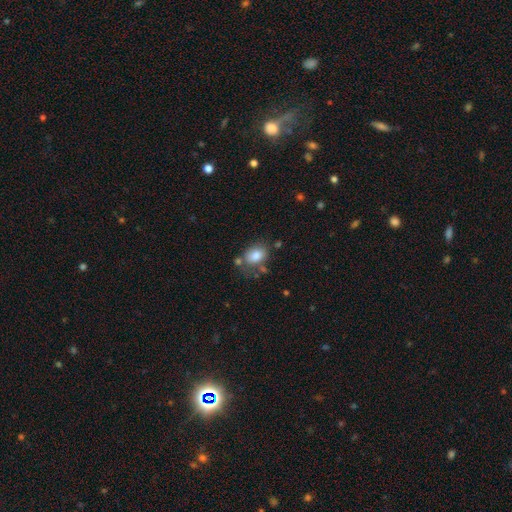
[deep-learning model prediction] Morphology: type=smooth (81%); roundness=in between (73%); merging=none (61%).